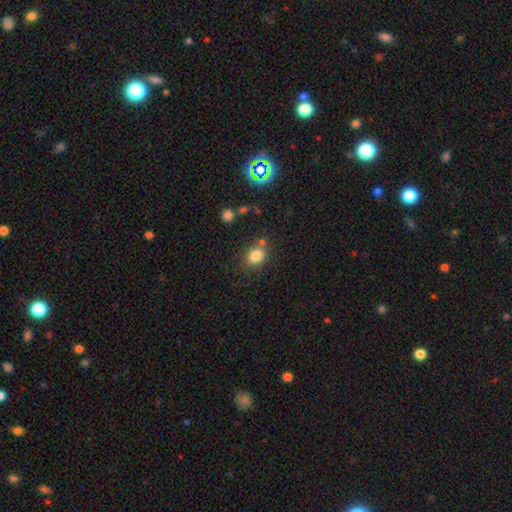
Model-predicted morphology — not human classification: A smooth galaxy with no disk features (81%) that is round (62%). Merging: none (70%).